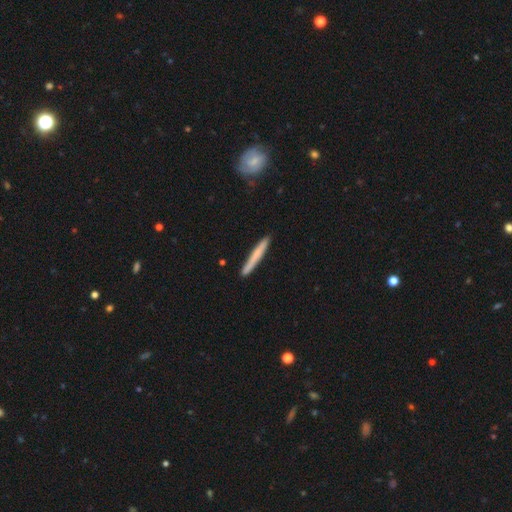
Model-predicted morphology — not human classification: smooth-or-featured: smooth: 62% | featured or disk: 33% | star or artifact: 5%
  how-rounded: cigar-shaped: 97% | in between: 2% | round: 1%
  merging: none: 89% | minor disturbance: 8% | merger: 2% | major disturbance: 1%